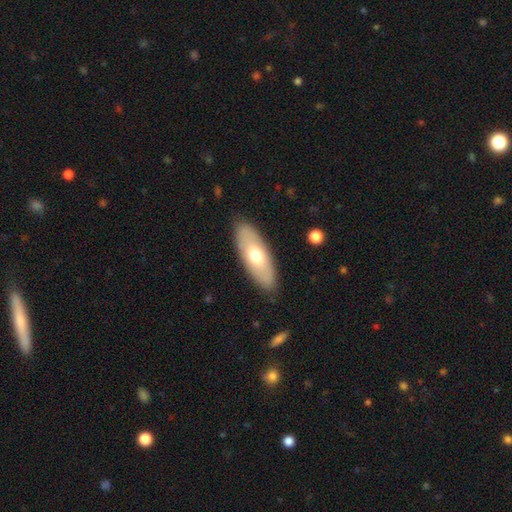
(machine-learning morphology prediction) A smooth galaxy with no disk features (61%) that is in between round and cigar-shaped (76%). Merging: none (87%).